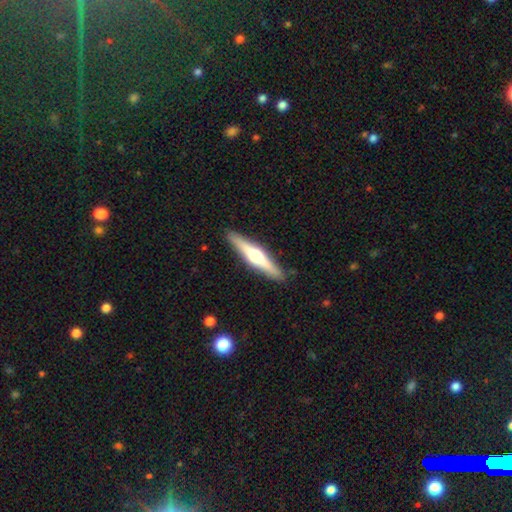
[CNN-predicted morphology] Smooth or featured? featured or disk (62%)
Edge-on disk? yes (96%)
Edge-on bulge? rounded (92%)
Merging? none (89%)